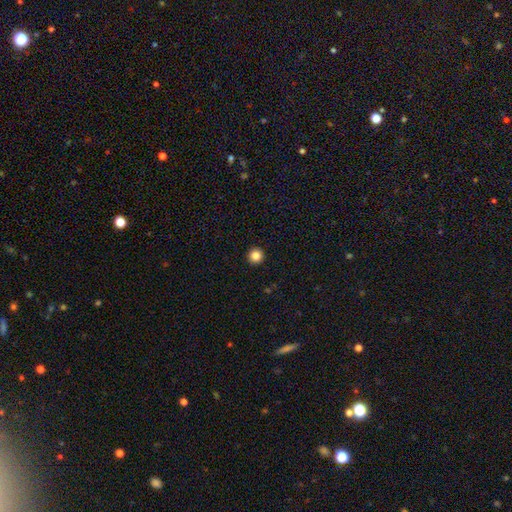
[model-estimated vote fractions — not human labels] Smooth or featured? smooth (85%)
How rounded? round (96%)
Merging? none (94%)